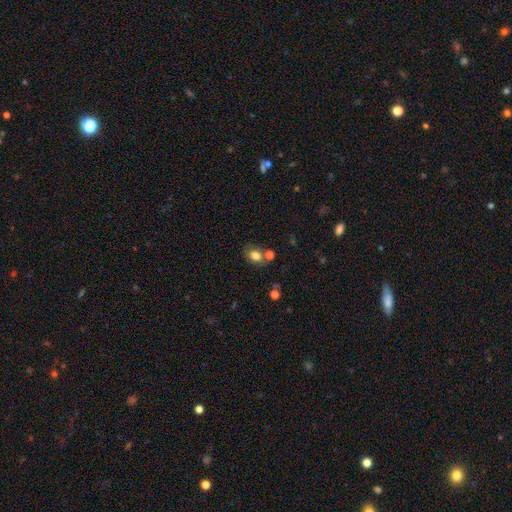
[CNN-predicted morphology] smooth-or-featured: smooth: 79% | star or artifact: 11% | featured or disk: 10%
  how-rounded: in between: 69% | round: 30% | cigar-shaped: 1%
  merging: none: 63% | minor disturbance: 16% | merger: 16% | major disturbance: 5%